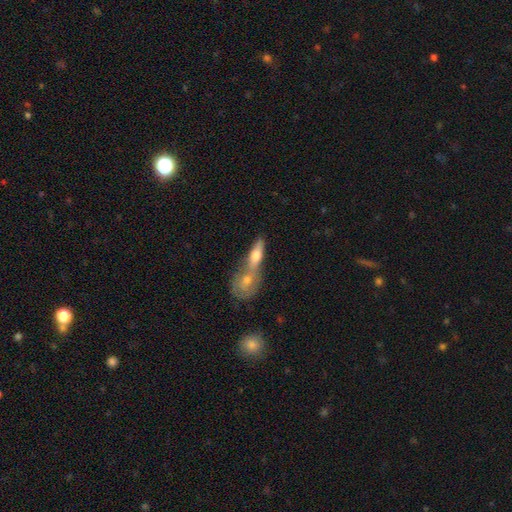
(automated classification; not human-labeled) Smooth or featured? Predicted: smooth (p=0.60). How rounded? Predicted: in between (p=0.51). Merging? Predicted: merger (p=0.62).